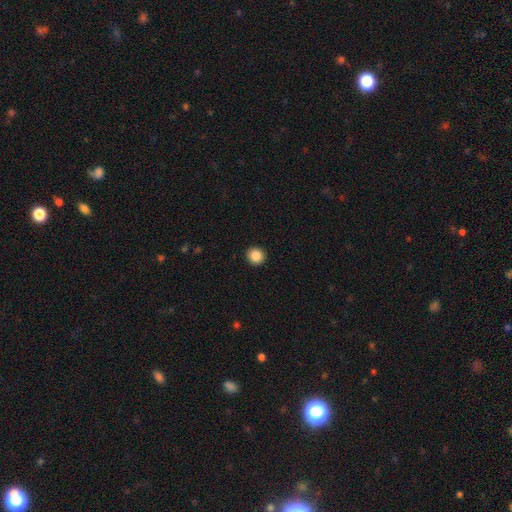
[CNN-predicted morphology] Overall: smooth (87%). How rounded: round (94%). Merging: none (94%).